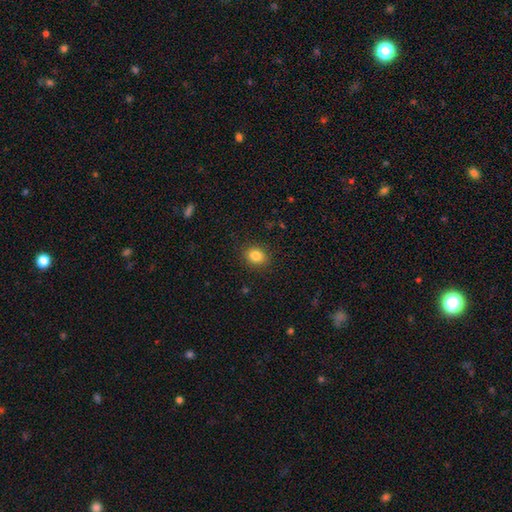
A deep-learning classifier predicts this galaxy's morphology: Smooth or featured? Predicted: smooth (p=0.85). How rounded? Predicted: round (p=0.53). Merging? Predicted: none (p=0.88).